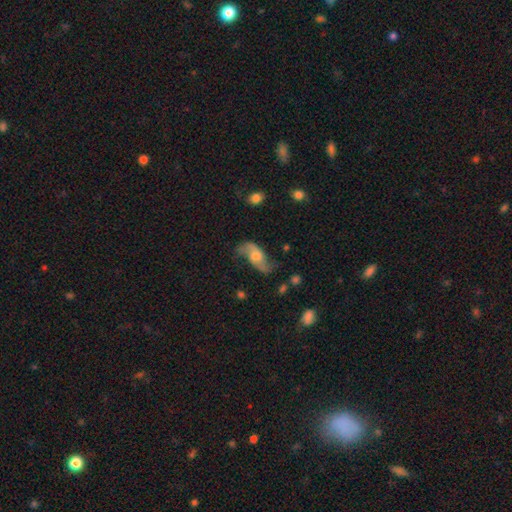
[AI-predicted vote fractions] Smooth or featured? featured or disk (77%)
Edge-on disk? no (94%)
Bar? no (57%)
Spiral arms? yes (93%)
Spiral winding? loose (81%)
Spiral arm count? 2 (91%)
Bulge size? moderate (55%)
Merging? none (63%)